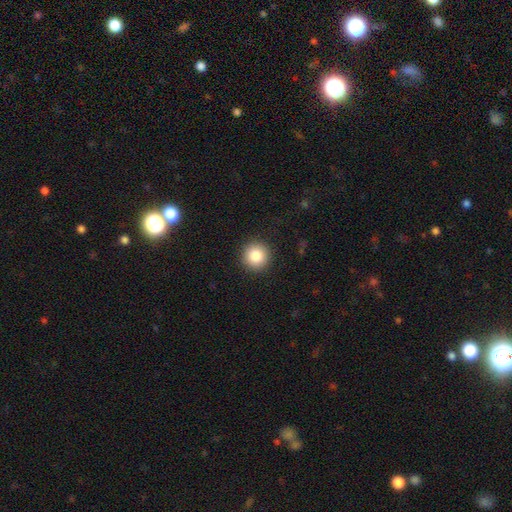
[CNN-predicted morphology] A smooth galaxy with no disk features (84%) that is round (93%). Merging: none (92%).